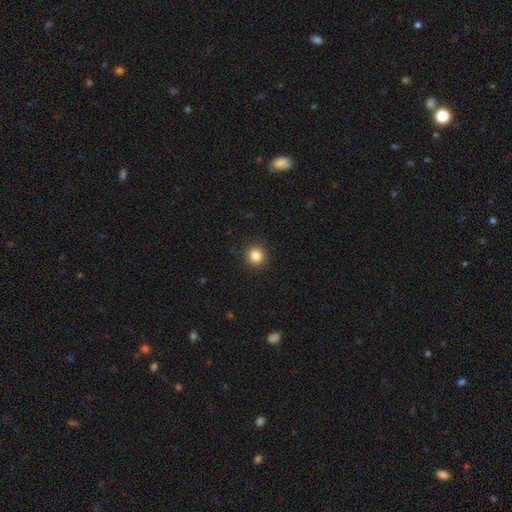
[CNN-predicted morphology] Overall: smooth (84%). How rounded: round (94%). Merging: none (92%).